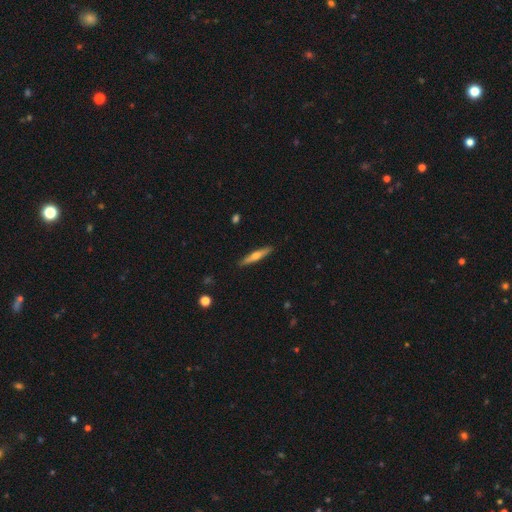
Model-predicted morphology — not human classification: smooth-or-featured: featured or disk: 51% | smooth: 43% | star or artifact: 6%
  disk-edge-on: yes: 95% | no: 5%
  merging: none: 91% | minor disturbance: 7% | major disturbance: 1% | merger: 1%